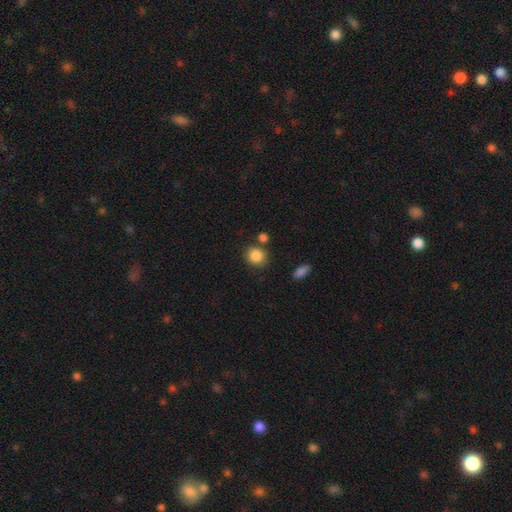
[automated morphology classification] Overall: smooth (87%). How rounded: round (77%). Merging: none (75%).